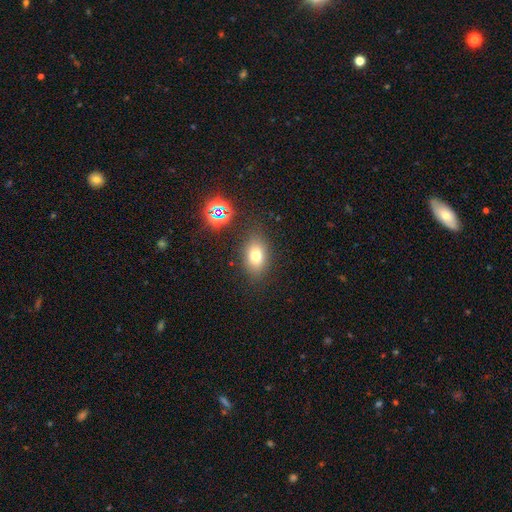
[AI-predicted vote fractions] Smooth or featured? Predicted: smooth (p=0.72). How rounded? Predicted: in between (p=0.75). Merging? Predicted: none (p=0.81).